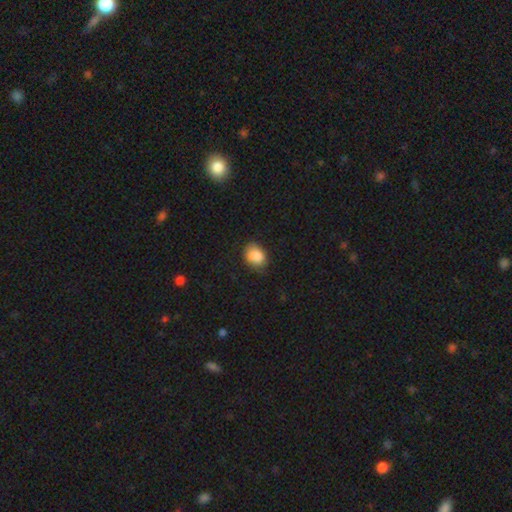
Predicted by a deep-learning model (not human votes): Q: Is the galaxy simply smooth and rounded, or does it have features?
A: smooth — 85%.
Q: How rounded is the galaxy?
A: in between — 63%.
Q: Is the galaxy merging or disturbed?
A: none — 66%.